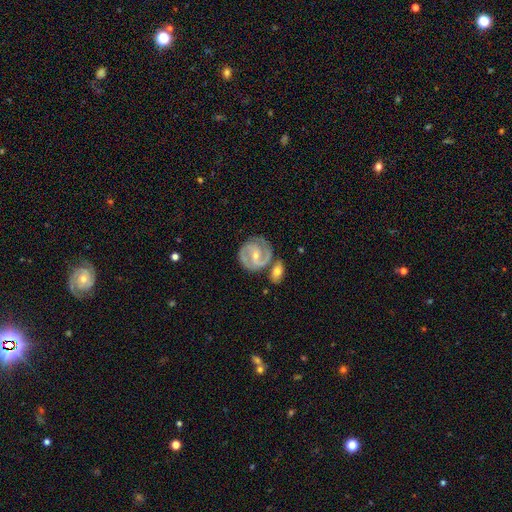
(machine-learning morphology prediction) A featured or disk galaxy (88%) with a weak bar (44%), 2 (84%) tight (60%) spiral arms (97%) and a small central bulge (54%).

Vote fractions:
- Smooth or featured? featured or disk: 88% / smooth: 7% / star or artifact: 5%
- Edge-on disk? no: 97% / yes: 3%
- Bar? weak: 44% / no: 31% / strong: 25%
- Spiral arms? yes: 97% / no: 3%
- Spiral winding? tight: 60% / medium: 35% / loose: 5%
- Spiral arm count? 2: 84% / 3: 6% / can't tell: 5% / 1: 2% / 4: 1% / more than 4: 1%
- Bulge size? small: 54% / moderate: 42% / none: 1% / large: 1% / dominant: 1%
- Merging? none: 66% / merger: 16% / minor disturbance: 13% / major disturbance: 4%